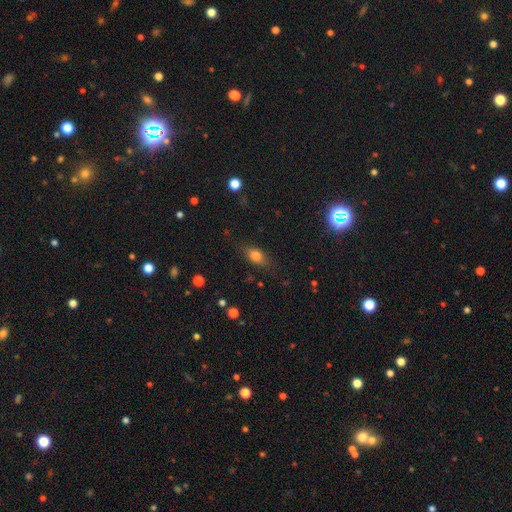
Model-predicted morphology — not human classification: smooth-or-featured: smooth: 74% | featured or disk: 15% | star or artifact: 11%
  how-rounded: in between: 75% | round: 16% | cigar-shaped: 9%
  merging: none: 78% | minor disturbance: 16% | major disturbance: 5% | merger: 1%